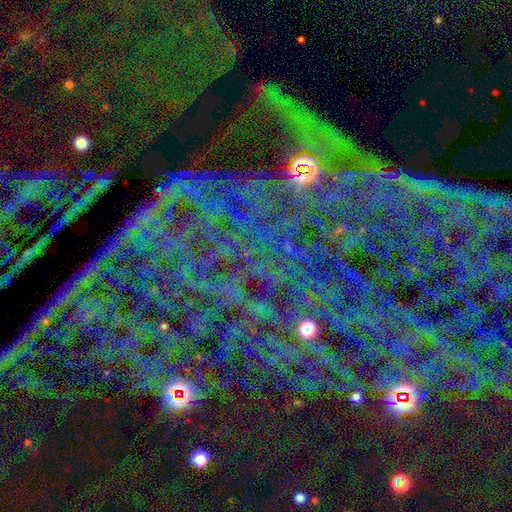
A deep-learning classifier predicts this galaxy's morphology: Smooth or featured? star or artifact (83%)